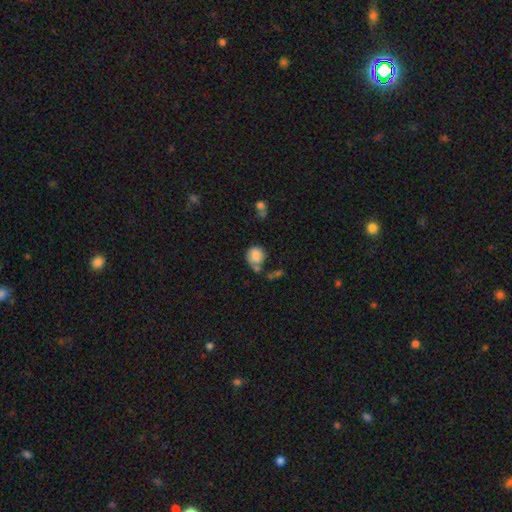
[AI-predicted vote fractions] Smooth or featured? smooth (83%)
How rounded? round (83%)
Merging? none (55%)